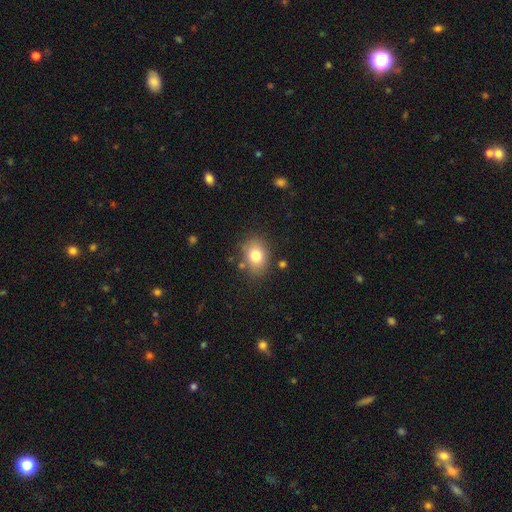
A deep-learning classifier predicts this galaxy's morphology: This appears to be a smooth galaxy with no disk features (78%) that is in between round and cigar-shaped (62%). Merging: none (78%).